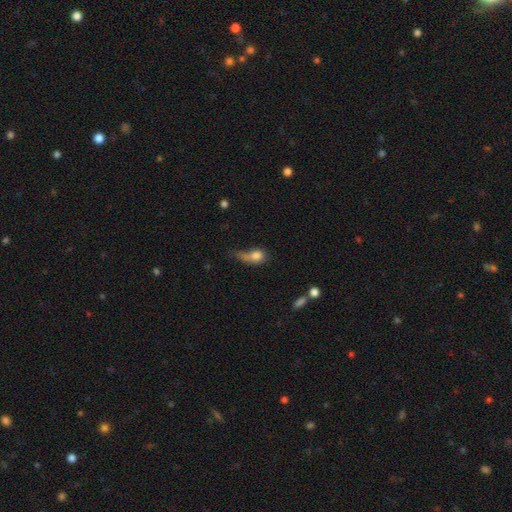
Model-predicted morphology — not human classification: Overall: smooth (74%). How rounded: in between (55%; round 39%). Merging: major disturbance (34%; none 23%).